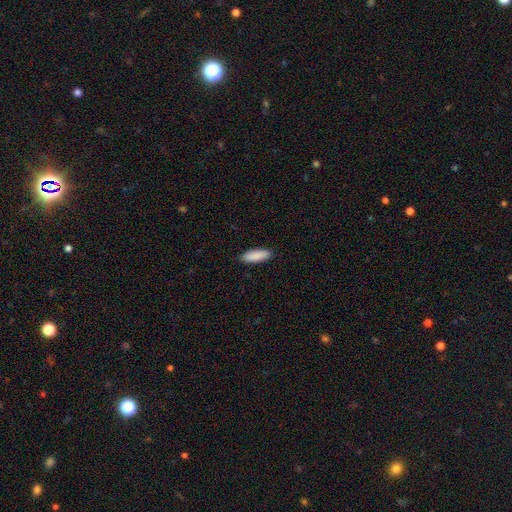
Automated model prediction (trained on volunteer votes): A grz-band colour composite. It shows a smooth galaxy with no disk features (90%) that is in between round and cigar-shaped (59%). Merging: none (90%).